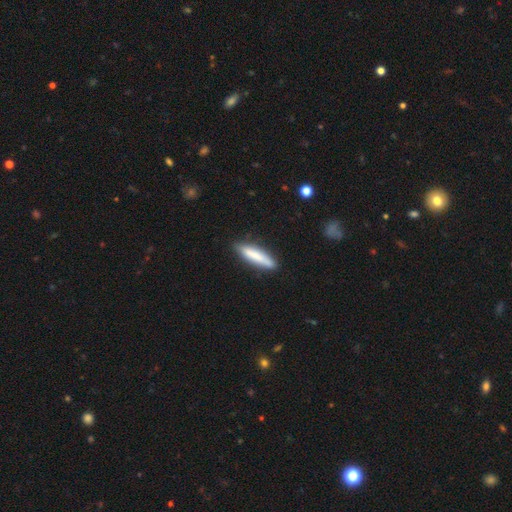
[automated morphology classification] A smooth galaxy with no disk features (77%) that is cigar-shaped (84%). Merging: none (84%).